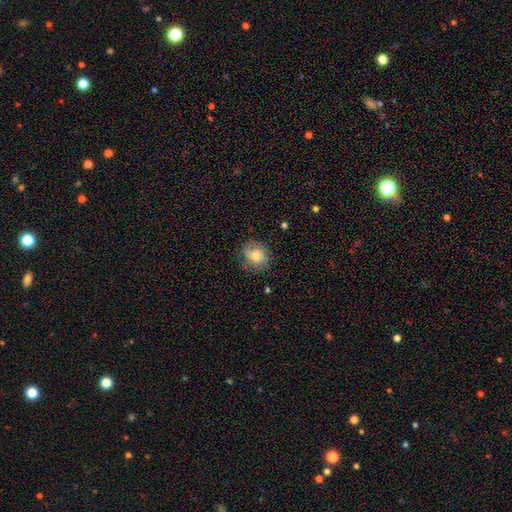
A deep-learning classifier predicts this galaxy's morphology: A smooth galaxy with no disk features (69%) that is round (72%). Merging: none (75%).